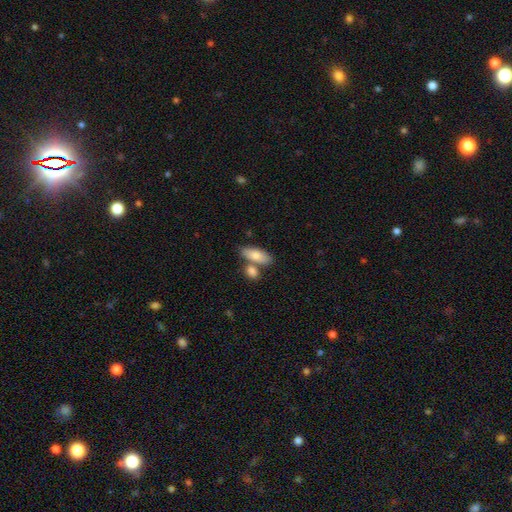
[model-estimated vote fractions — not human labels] Overall: smooth (79%). How rounded: in between (79%). Merging: none (57%; merger 28%).